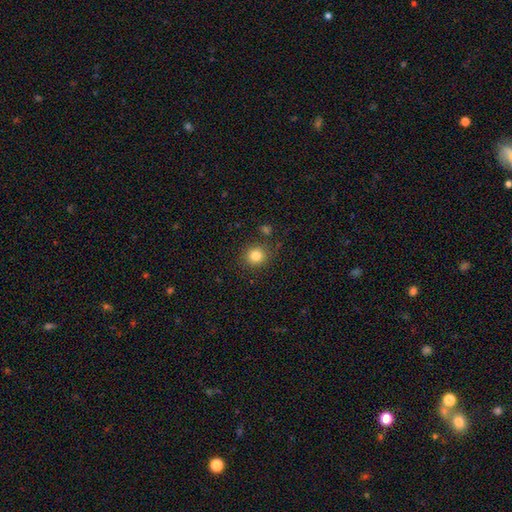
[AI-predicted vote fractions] The model was most divided on "smooth or featured": smooth: 83%, star or artifact: 12%, featured or disk: 5%. More confident: how rounded — round (89%); merging — none (86%).